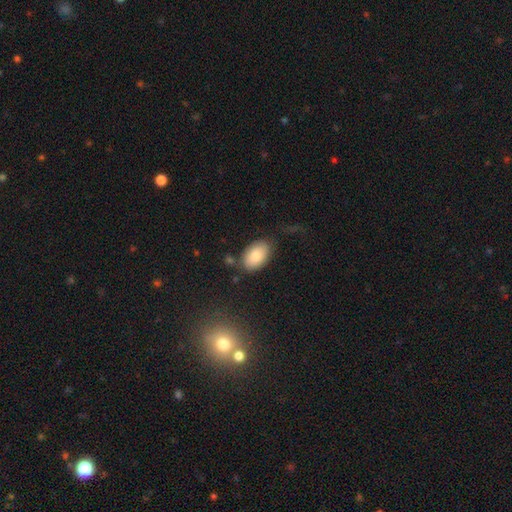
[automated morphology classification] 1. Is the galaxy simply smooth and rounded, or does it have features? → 82% smooth, 12% featured or disk, 7% star or artifact.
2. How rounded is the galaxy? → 91% in between, 8% round, 1% cigar-shaped.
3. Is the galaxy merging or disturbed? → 74% none, 16% minor disturbance, 5% major disturbance, 5% merger.